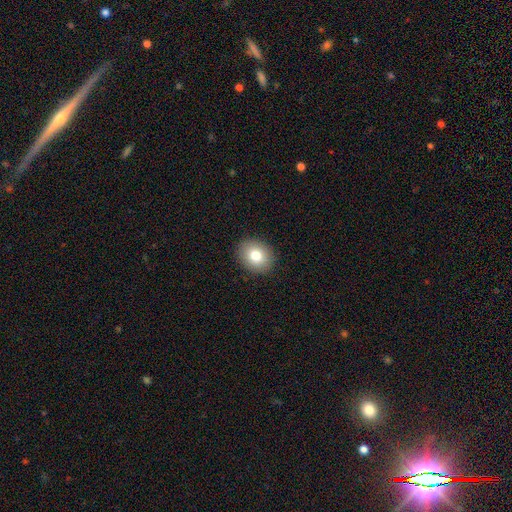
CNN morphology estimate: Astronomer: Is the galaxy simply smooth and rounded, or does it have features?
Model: smooth — 80%.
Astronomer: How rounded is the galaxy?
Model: round — 58% (runner-up: in between, 41%).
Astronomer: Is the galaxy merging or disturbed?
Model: none — 91%.